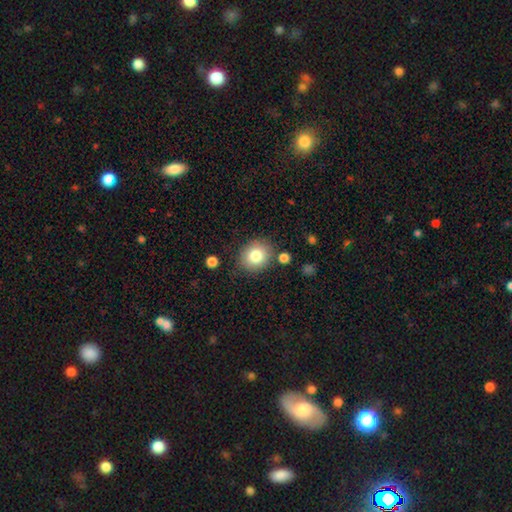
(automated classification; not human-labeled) smooth-or-featured: smooth: 81% | featured or disk: 10% | star or artifact: 9%
  how-rounded: round: 71% | in between: 28% | cigar-shaped: 1%
  merging: none: 81% | minor disturbance: 11% | merger: 5% | major disturbance: 3%